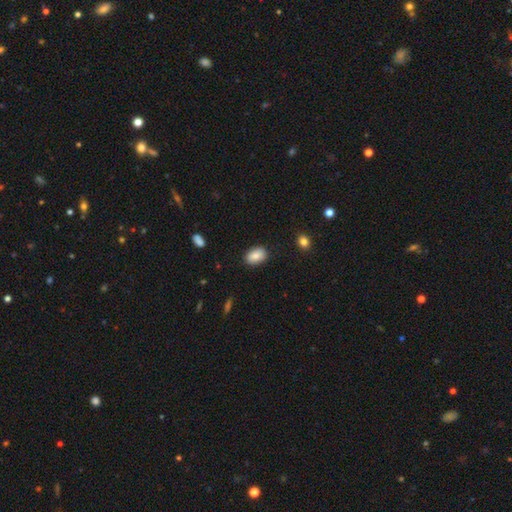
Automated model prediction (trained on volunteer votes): This is clearly a smooth galaxy (84%). How rounded: clearly in between (87%). Merging: clearly none (85%).